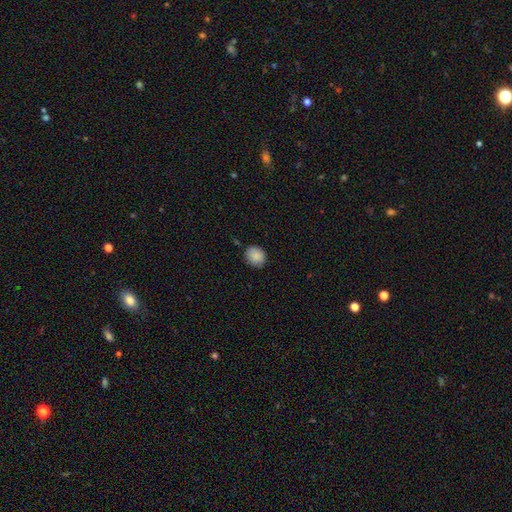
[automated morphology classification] This is clearly a smooth galaxy (88%). How rounded: likely round (71%). Merging: clearly none (83%).